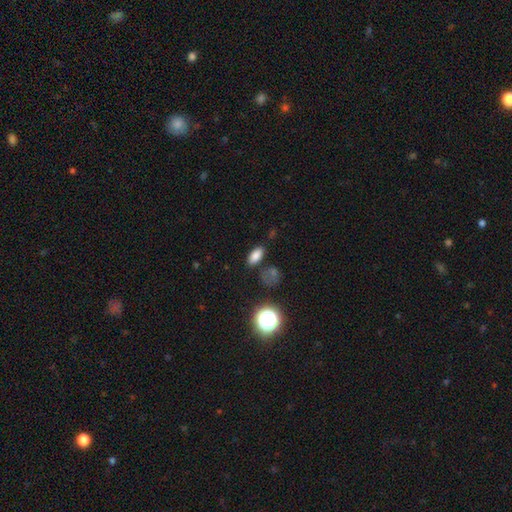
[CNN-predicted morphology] A smooth galaxy with no disk features (80%) that is in between round and cigar-shaped (87%).

Vote fractions:
- Smooth or featured? smooth: 80% / star or artifact: 13% / featured or disk: 7%
- How rounded? in between: 87% / round: 7% / cigar-shaped: 6%
- Merging? none: 77% / minor disturbance: 13% / merger: 6% / major disturbance: 4%